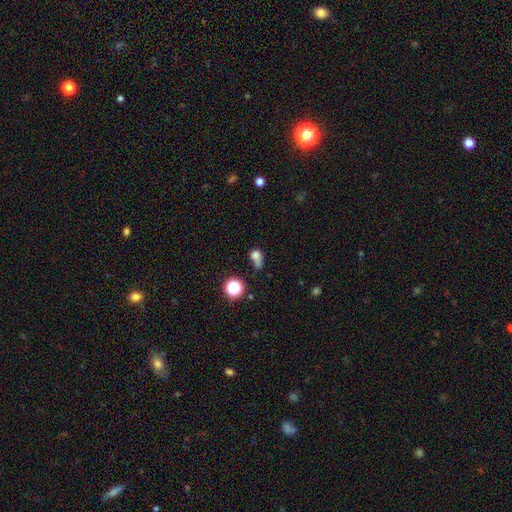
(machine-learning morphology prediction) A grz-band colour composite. It shows a smooth galaxy with no disk features (69%) that is round (56%). Merging: merger (33%).